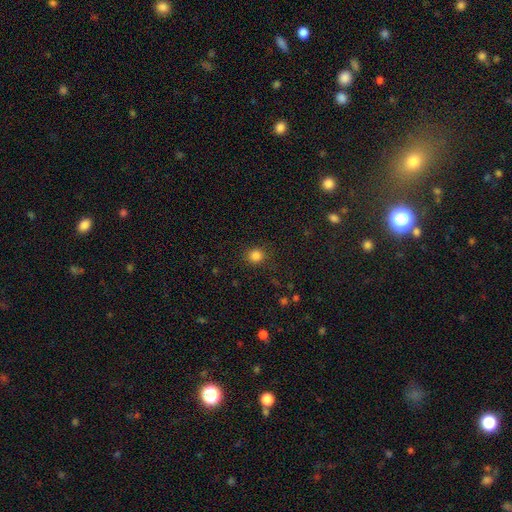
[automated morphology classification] Smooth or featured?
  - smooth: 84% *
  - star or artifact: 13%
  - featured or disk: 4%
How rounded?
  - round: 90% *
  - in between: 9%
  - cigar-shaped: 1%
Merging?
  - none: 89% *
  - minor disturbance: 7%
  - major disturbance: 3%
  - merger: 1%